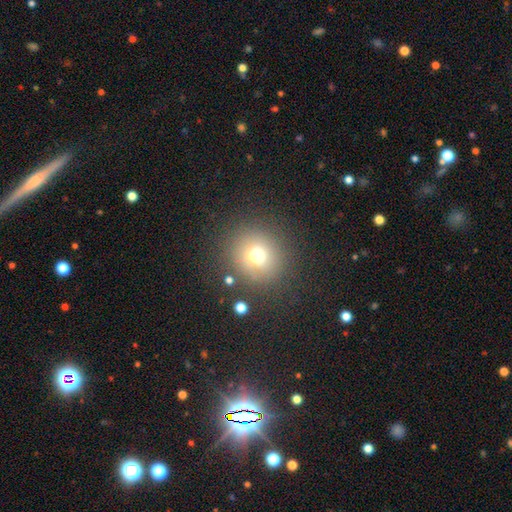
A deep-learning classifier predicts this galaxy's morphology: Q: Smooth or featured?
A: smooth (70%); runner-up: star or artifact (18%)
Q: How rounded?
A: round (92%); runner-up: in between (7%)
Q: Merging?
A: none (84%); runner-up: minor disturbance (8%)